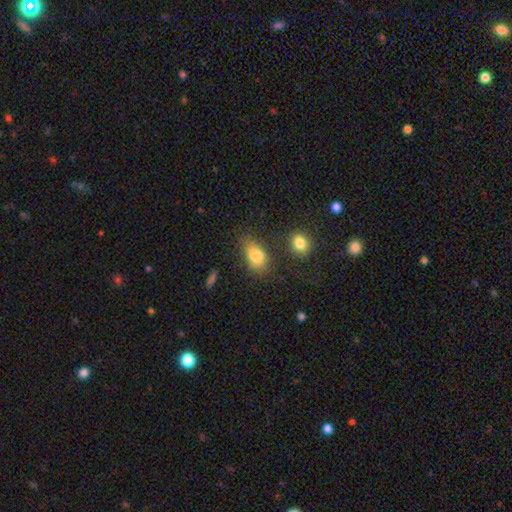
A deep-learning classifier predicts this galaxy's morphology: This is likely a smooth galaxy (77%). How rounded: clearly in between (86%). Merging: possibly none (48%).